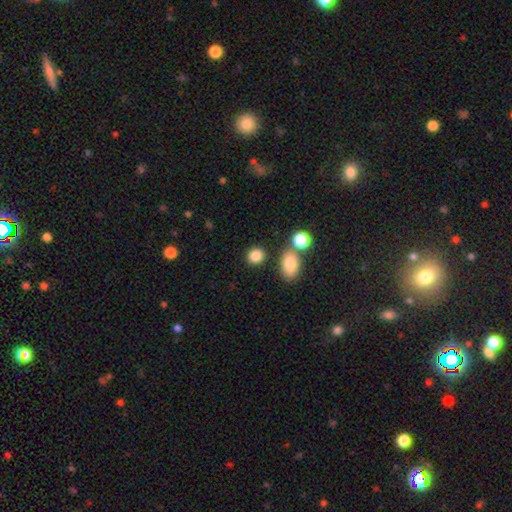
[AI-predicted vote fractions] Overall: smooth (85%). How rounded: round (71%). Merging: none (81%).